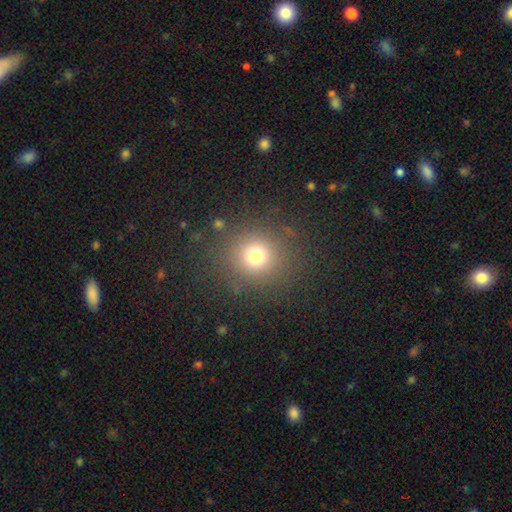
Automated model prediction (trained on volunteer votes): Overall: smooth (73%). How rounded: round (90%). Merging: none (84%).